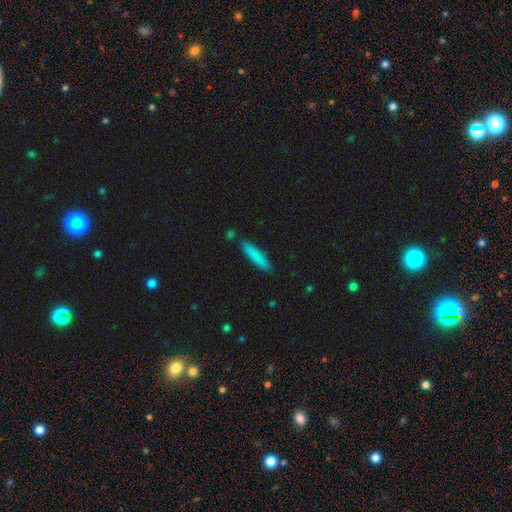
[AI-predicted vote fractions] A smooth galaxy with no disk features (82%) that is cigar-shaped (87%). Merging: none (83%).